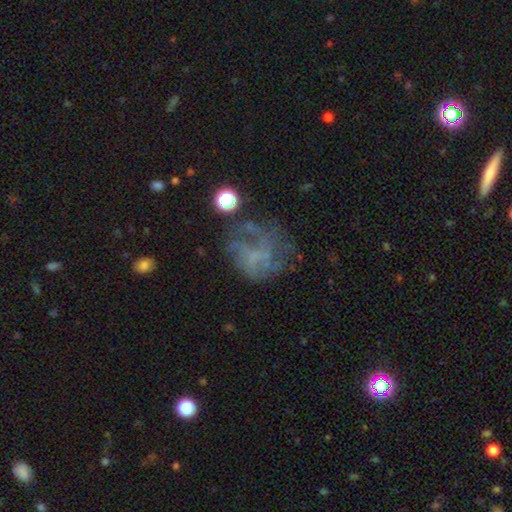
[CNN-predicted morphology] Smooth or featured?
  - featured or disk: 54% *
  - smooth: 27%
  - star or artifact: 19%
Edge-on disk?
  - no: 98% *
  - yes: 2%
Bar?
  - no: 83% *
  - weak: 13%
  - strong: 4%
Spiral arms?
  - no: 64% *
  - yes: 36%
Bulge size?
  - none: 76% *
  - small: 13%
  - moderate: 7%
  - large: 2%
  - dominant: 1%
Merging?
  - none: 44% *
  - major disturbance: 34%
  - minor disturbance: 18%
  - merger: 4%